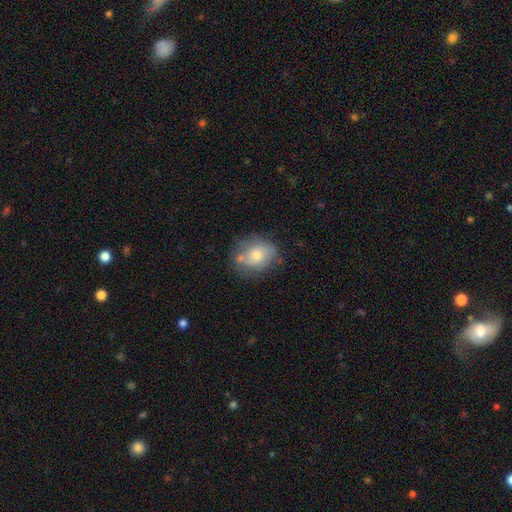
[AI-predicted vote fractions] Smooth or featured?
  - smooth: 65% *
  - featured or disk: 26%
  - star or artifact: 9%
How rounded?
  - round: 54% *
  - in between: 45%
  - cigar-shaped: 1%
Merging?
  - none: 60% *
  - minor disturbance: 23%
  - merger: 10%
  - major disturbance: 7%